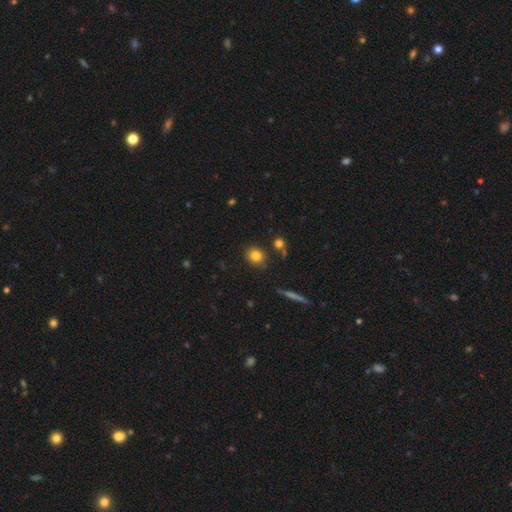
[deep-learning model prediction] A smooth galaxy with no disk features (82%) that is round (76%). Merging: none (85%).